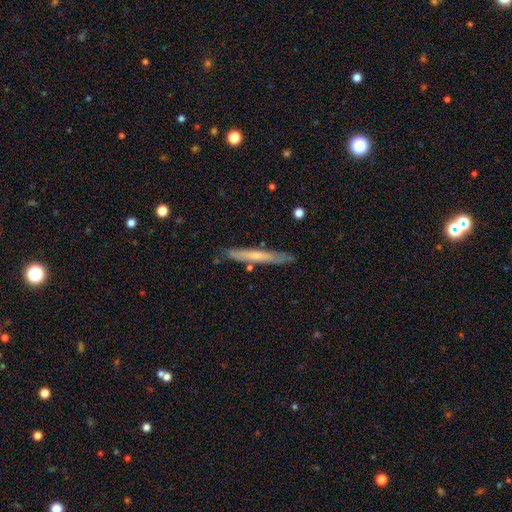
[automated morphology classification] Smooth or featured?
  - smooth: 50% *
  - featured or disk: 44%
  - star or artifact: 6%
Merging?
  - none: 83% *
  - minor disturbance: 12%
  - merger: 3%
  - major disturbance: 2%